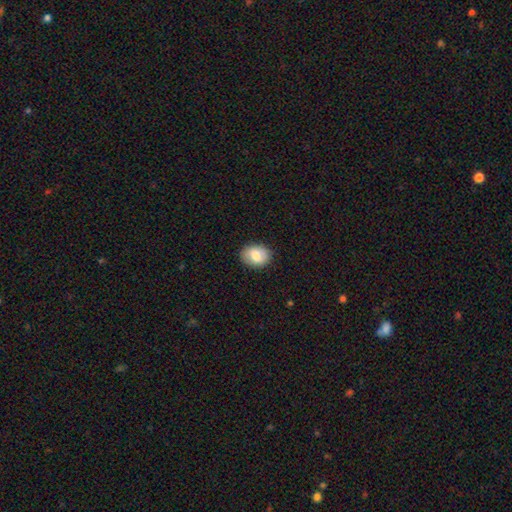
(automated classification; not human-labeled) A smooth galaxy with no disk features (76%) that is in between round and cigar-shaped (64%). Merging: none (86%).